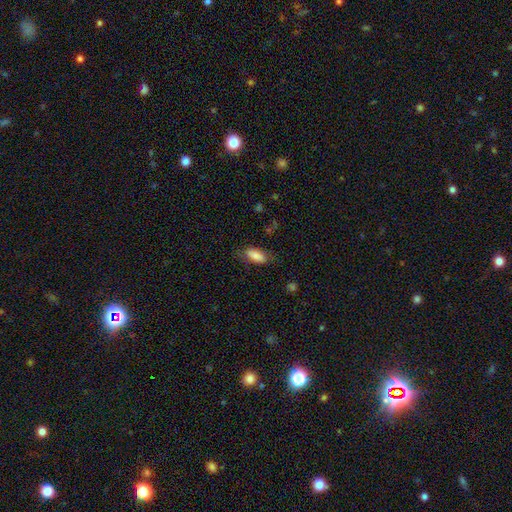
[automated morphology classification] A smooth galaxy with no disk features (82%) that is in between round and cigar-shaped (82%).

Vote fractions:
- Smooth or featured? smooth: 82% / featured or disk: 11% / star or artifact: 7%
- How rounded? in between: 82% / cigar-shaped: 16% / round: 2%
- Merging? none: 73% / minor disturbance: 19% / major disturbance: 7% / merger: 1%